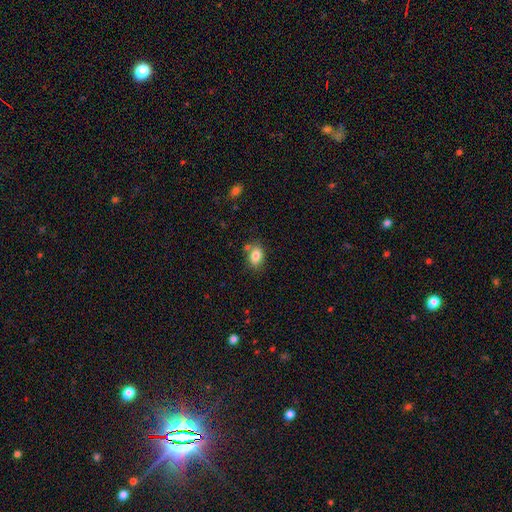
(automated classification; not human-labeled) smooth-or-featured: smooth: 84% | star or artifact: 9% | featured or disk: 8%
  how-rounded: in between: 77% | round: 21% | cigar-shaped: 1%
  merging: none: 72% | minor disturbance: 15% | merger: 10% | major disturbance: 4%